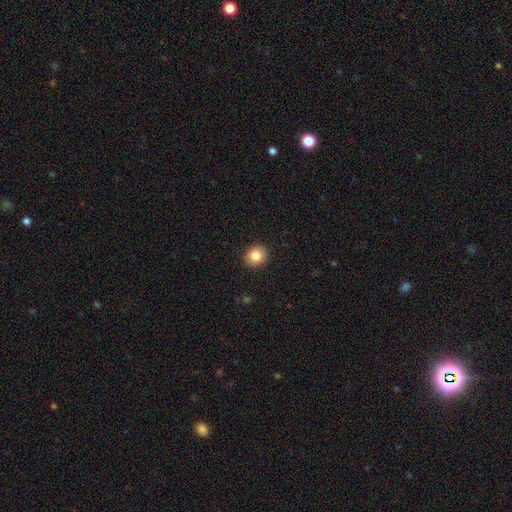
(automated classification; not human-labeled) smooth_or_featured: smooth (p=0.83) [alt: star or artifact p=0.09]
how_rounded: round (p=0.71) [alt: in between p=0.28]
merging: none (p=0.91) [alt: minor disturbance p=0.06]